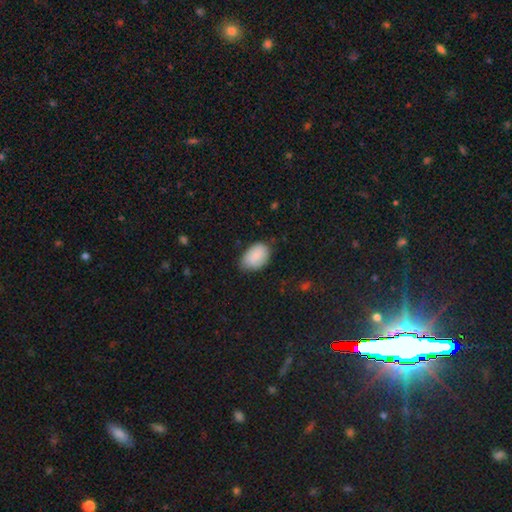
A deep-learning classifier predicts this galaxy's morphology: Smooth or featured: smooth — 87% (star or artifact — 6%)
How rounded: in between — 88% (round — 11%)
Merging: none — 64% (minor disturbance — 29%)